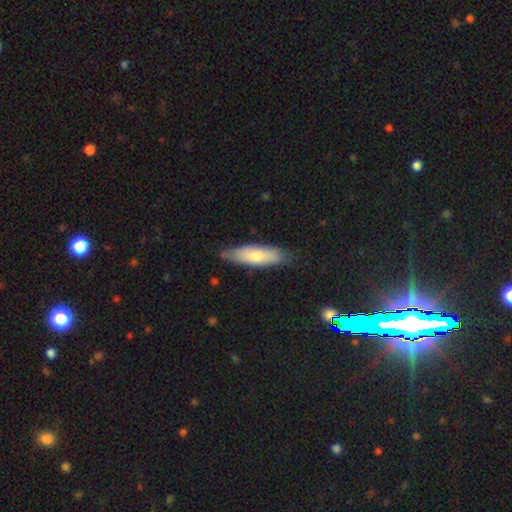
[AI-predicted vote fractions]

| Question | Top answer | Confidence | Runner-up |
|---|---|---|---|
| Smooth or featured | smooth | 65% | featured or disk (30%) |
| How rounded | cigar-shaped | 55% | in between (44%) |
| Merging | none | 79% | minor disturbance (17%) |